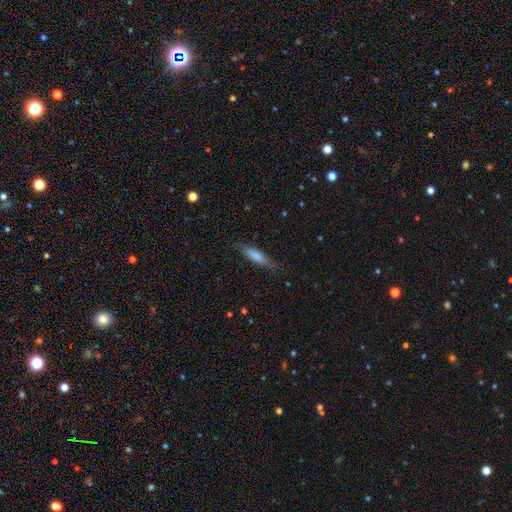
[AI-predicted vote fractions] Smooth or featured?
  - smooth: 72% *
  - featured or disk: 22%
  - star or artifact: 6%
How rounded?
  - cigar-shaped: 64% *
  - in between: 35%
  - round: 2%
Merging?
  - none: 75% *
  - minor disturbance: 19%
  - major disturbance: 5%
  - merger: 1%